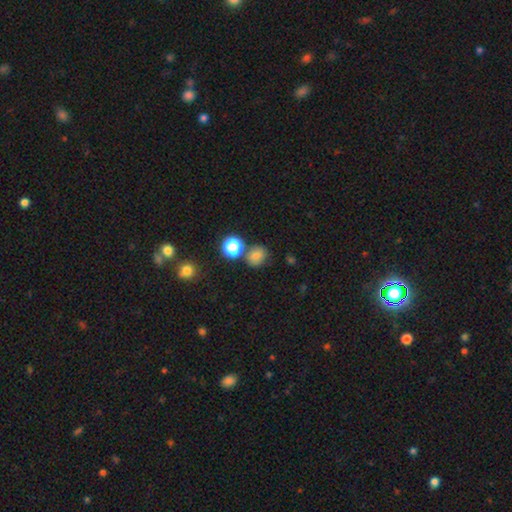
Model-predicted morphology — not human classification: A smooth galaxy with no disk features (75%) that is round (66%). Merging: none (72%).